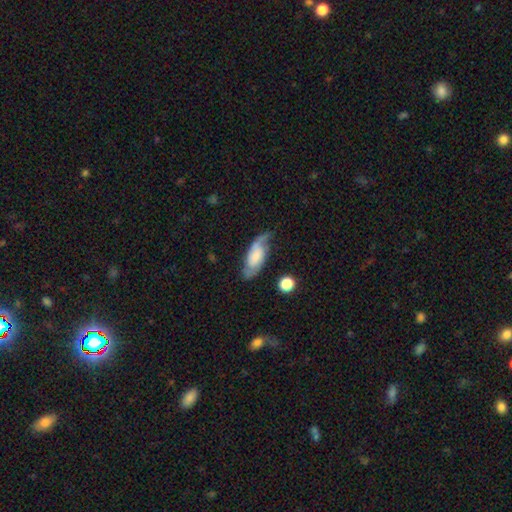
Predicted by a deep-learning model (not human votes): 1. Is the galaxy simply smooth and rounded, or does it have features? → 61% featured or disk, 31% smooth, 7% star or artifact.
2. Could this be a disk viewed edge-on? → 90% no, 10% yes.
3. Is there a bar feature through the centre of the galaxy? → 55% no, 34% weak, 11% strong.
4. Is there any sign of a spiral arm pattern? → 90% yes, 10% no.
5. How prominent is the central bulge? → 31% none, 23% small, 22% large, 19% moderate, 6% dominant.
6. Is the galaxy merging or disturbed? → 60% none, 25% minor disturbance, 12% major disturbance, 3% merger.